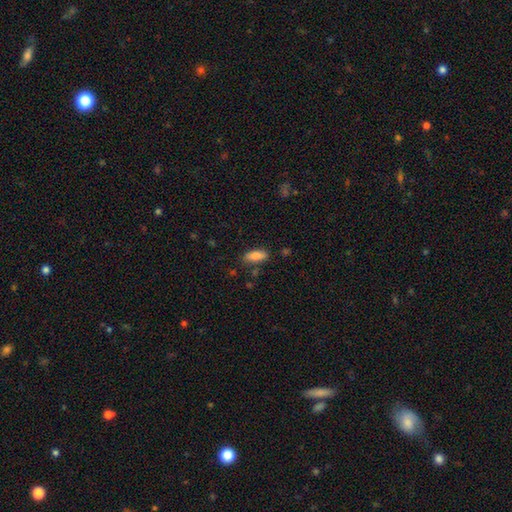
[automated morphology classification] A smooth galaxy with no disk features (84%) that is in between round and cigar-shaped (79%). Merging: none (80%).